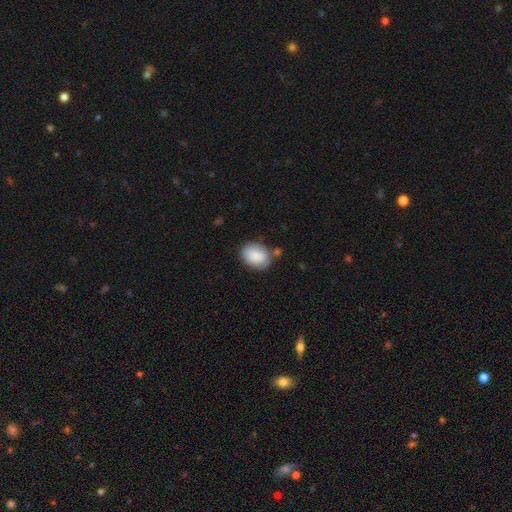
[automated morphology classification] Smooth or featured?
  - smooth: 82% *
  - featured or disk: 11%
  - star or artifact: 7%
How rounded?
  - in between: 68% *
  - round: 31%
  - cigar-shaped: 1%
Merging?
  - none: 65% *
  - minor disturbance: 21%
  - merger: 8%
  - major disturbance: 6%